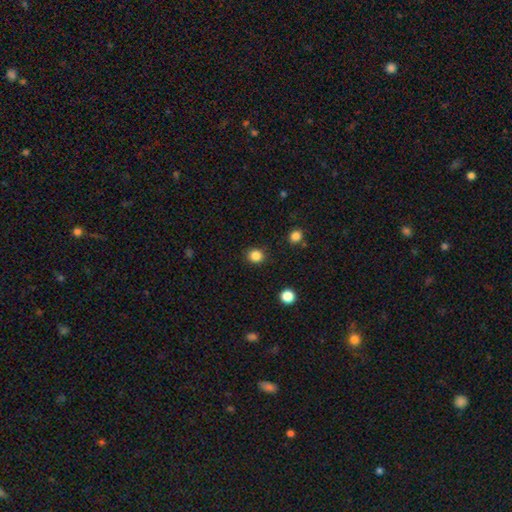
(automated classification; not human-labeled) A smooth galaxy with no disk features (85%) that is round (84%).

Vote fractions:
- Smooth or featured? smooth: 85% / star or artifact: 12% / featured or disk: 4%
- How rounded? round: 84% / in between: 15% / cigar-shaped: 1%
- Merging? none: 90% / minor disturbance: 7% / major disturbance: 2% / merger: 1%